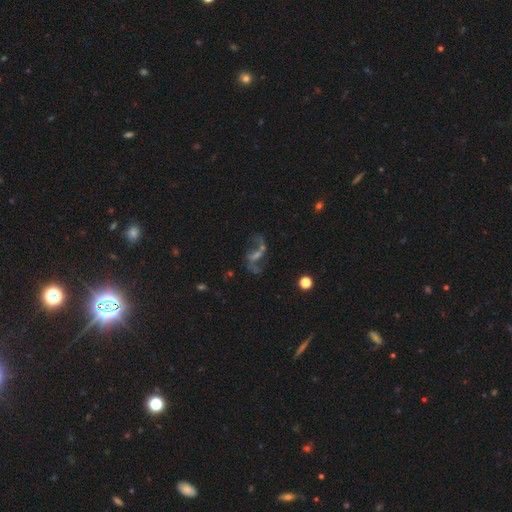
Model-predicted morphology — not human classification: A featured or disk galaxy (74%) with a weak bar (46%), 2 (88%) loose (80%) spiral arms (86%) and a small central bulge (43%).

Vote fractions:
- Smooth or featured? featured or disk: 74% / star or artifact: 16% / smooth: 10%
- Edge-on disk? no: 95% / yes: 5%
- Bar? weak: 46% / no: 27% / strong: 27%
- Spiral arms? yes: 86% / no: 14%
- Spiral winding? loose: 80% / medium: 16% / tight: 4%
- Spiral arm count? 2: 88% / 1: 4% / can't tell: 4% / 3: 1% / 4: 1% / more than 4: 1%
- Bulge size? small: 43% / none: 28% / moderate: 24% / large: 3% / dominant: 2%
- Merging? none: 58% / major disturbance: 18% / minor disturbance: 15% / merger: 9%